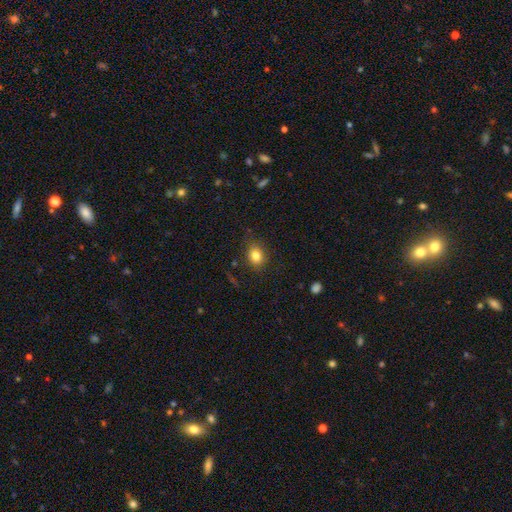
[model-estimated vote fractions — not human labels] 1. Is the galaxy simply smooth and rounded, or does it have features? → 82% smooth, 10% star or artifact, 7% featured or disk.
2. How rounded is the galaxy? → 56% in between, 43% round, 1% cigar-shaped.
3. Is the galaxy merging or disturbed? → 83% none, 12% minor disturbance, 3% major disturbance, 1% merger.